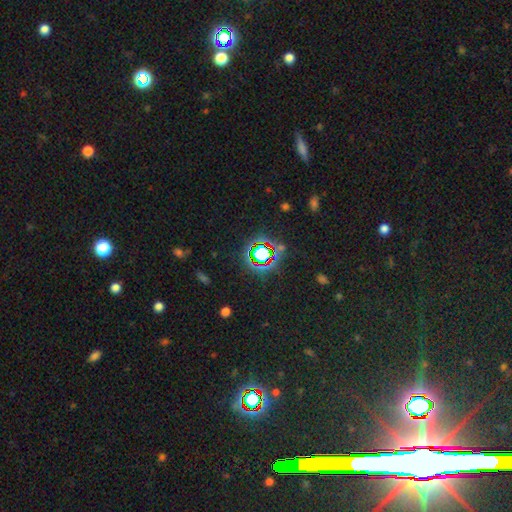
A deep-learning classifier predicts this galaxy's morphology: This appears to be a star or artifact, not a galaxy (73%).